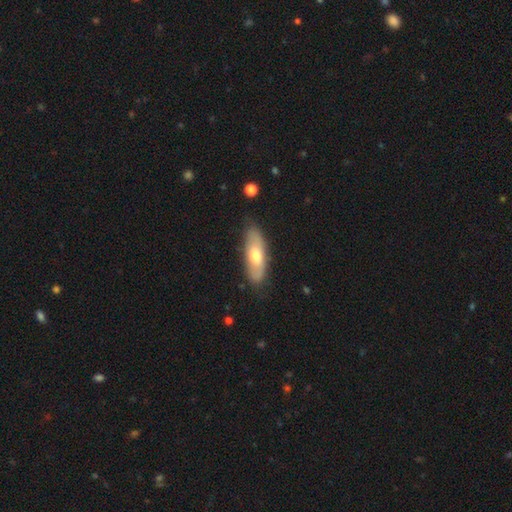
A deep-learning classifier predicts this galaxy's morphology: This appears to be a smooth galaxy with no disk features (57%) that is in between round and cigar-shaped (67%). Merging: none (79%).